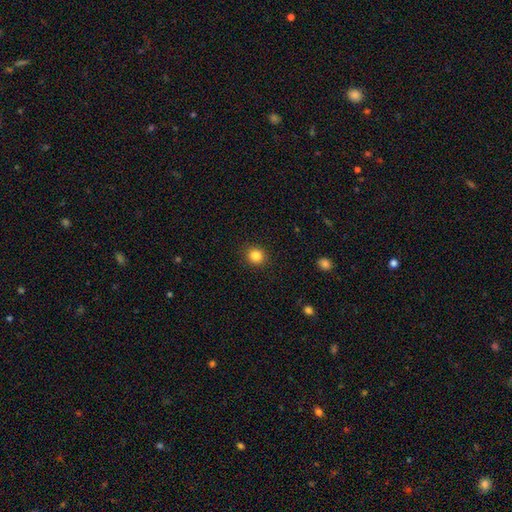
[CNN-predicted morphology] type=smooth (85%); roundness=round (87%); merging=none (91%).